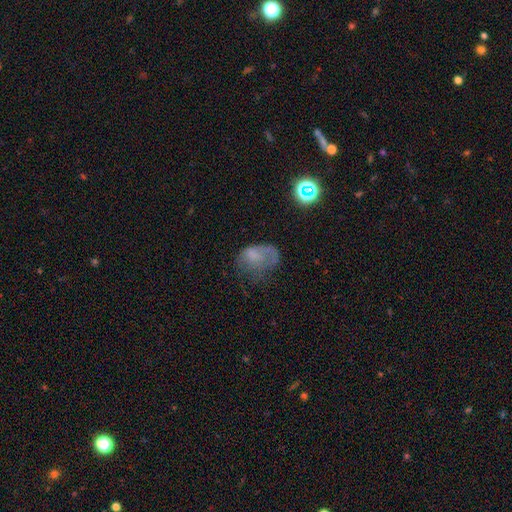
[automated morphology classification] A smooth galaxy with no disk features (52%) that is in between round and cigar-shaped (69%). Merging: major disturbance (43%).